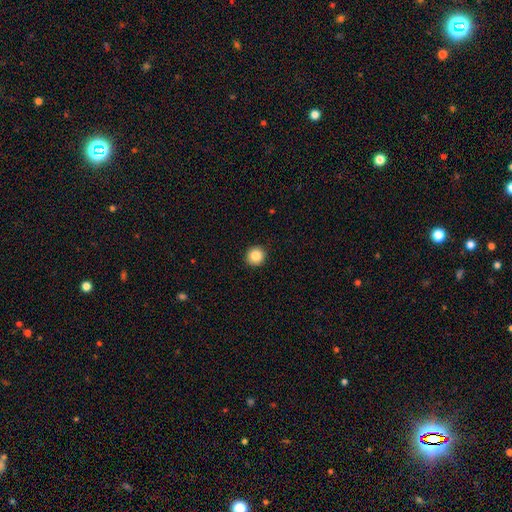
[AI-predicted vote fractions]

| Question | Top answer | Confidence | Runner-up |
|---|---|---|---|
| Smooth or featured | smooth | 85% | star or artifact (10%) |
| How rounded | round | 95% | in between (4%) |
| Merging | none | 93% | minor disturbance (4%) |